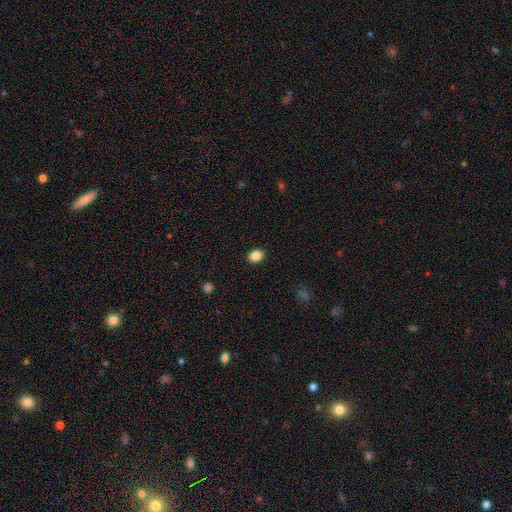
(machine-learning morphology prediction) Smooth or featured? smooth (86%)
How rounded? in between (61%)
Merging? none (89%)